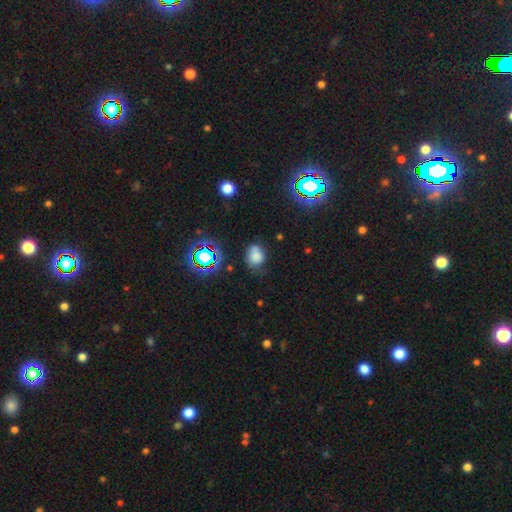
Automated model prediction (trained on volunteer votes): Q: Smooth or featured?
A: smooth (71%); runner-up: star or artifact (18%)
Q: How rounded?
A: round (51%); runner-up: in between (47%)
Q: Merging?
A: none (54%); runner-up: minor disturbance (30%)